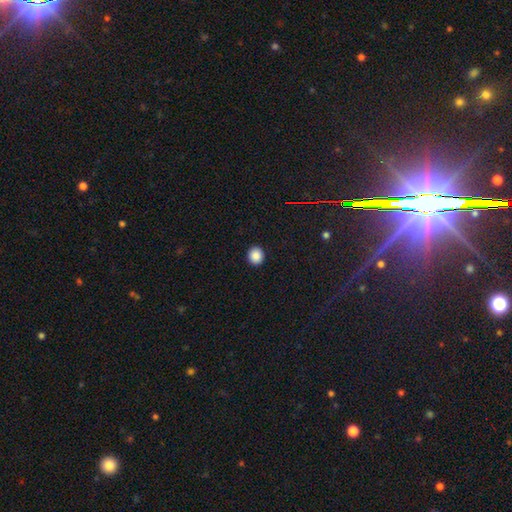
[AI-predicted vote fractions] Smooth or featured? smooth (87%)
How rounded? round (85%)
Merging? none (93%)